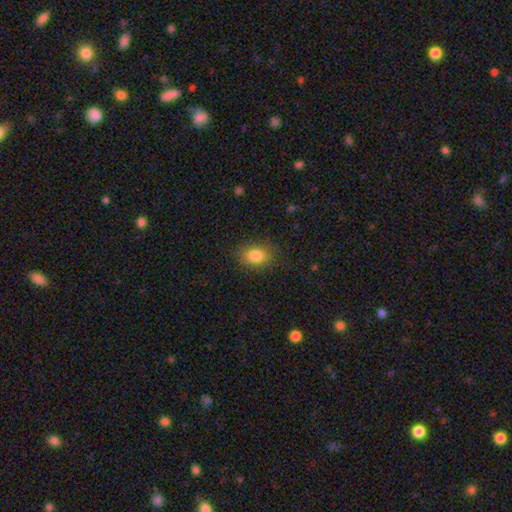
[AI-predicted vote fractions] smooth 83%, star or artifact 10%, featured or disk 7%. Down the decision tree: how rounded — in between (71%); merging — none (83%).